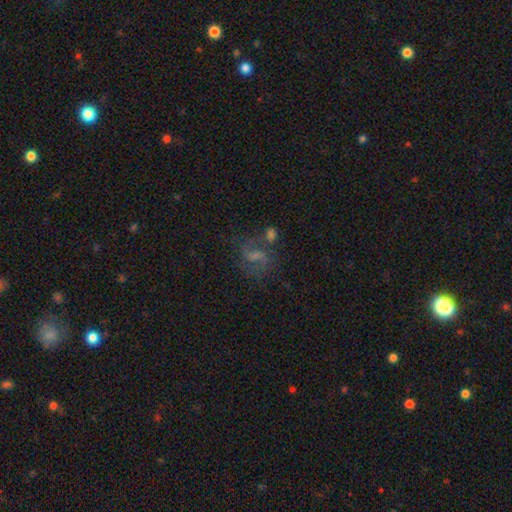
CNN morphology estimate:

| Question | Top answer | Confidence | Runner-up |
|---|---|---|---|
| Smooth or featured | featured or disk | 62% | smooth (24%) |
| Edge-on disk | no | 97% | yes (3%) |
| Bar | weak | 53% | no (27%) |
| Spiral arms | yes | 86% | no (14%) |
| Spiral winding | loose | 46% | medium (43%) |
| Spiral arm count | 2 | 85% | can't tell (7%) |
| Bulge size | small | 45% | moderate (26%) |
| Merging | none | 51% | merger (18%) |